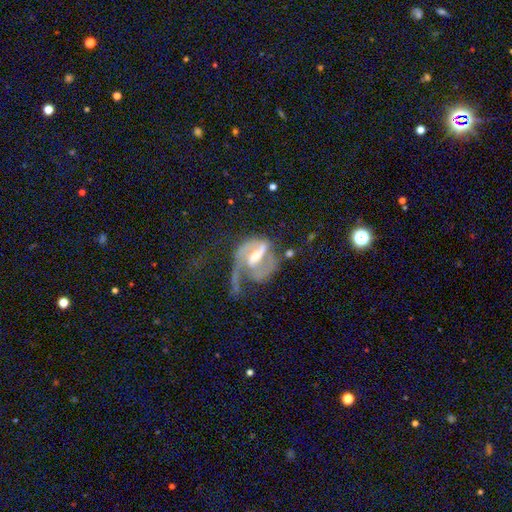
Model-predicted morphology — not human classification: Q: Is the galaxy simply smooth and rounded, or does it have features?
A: featured or disk — 82%.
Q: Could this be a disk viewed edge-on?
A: no — 96%.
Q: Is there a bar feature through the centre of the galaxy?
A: weak — 48%.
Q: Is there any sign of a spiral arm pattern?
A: yes — 89%.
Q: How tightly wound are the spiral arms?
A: medium — 43%.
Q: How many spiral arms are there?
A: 1 — 45%.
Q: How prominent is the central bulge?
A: moderate — 60%.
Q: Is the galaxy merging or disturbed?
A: major disturbance — 48%.